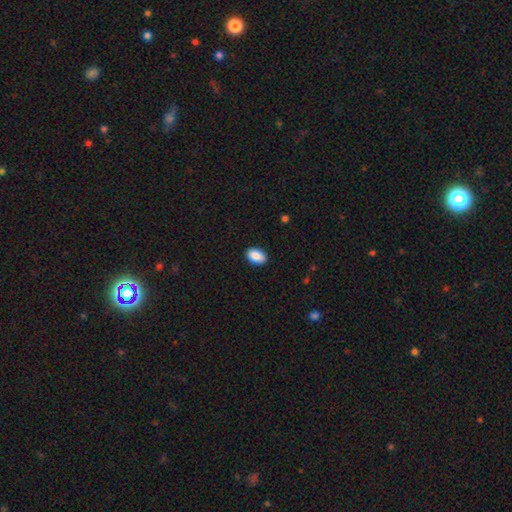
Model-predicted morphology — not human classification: Smooth or featured? Predicted: smooth (p=0.89). How rounded? Predicted: in between (p=0.89). Merging? Predicted: none (p=0.88).